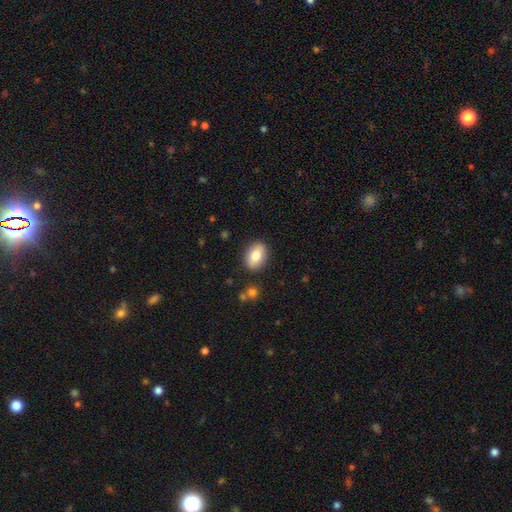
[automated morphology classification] A smooth galaxy with no disk features (79%) that is in between round and cigar-shaped (80%). Merging: none (87%).